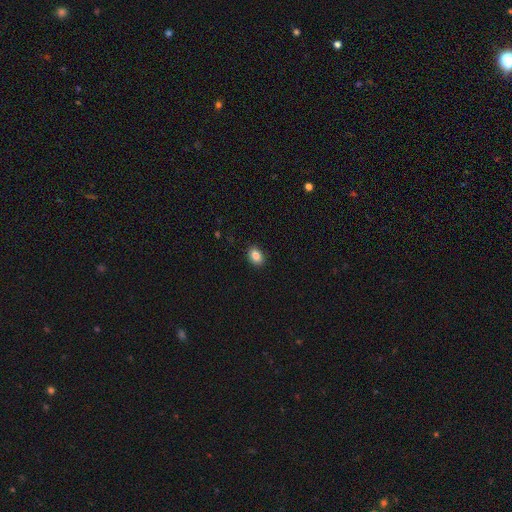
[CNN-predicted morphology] smooth-or-featured: smooth: 87% | star or artifact: 8% | featured or disk: 4%
  how-rounded: in between: 81% | round: 18% | cigar-shaped: 1%
  merging: none: 89% | minor disturbance: 8% | major disturbance: 2% | merger: 1%